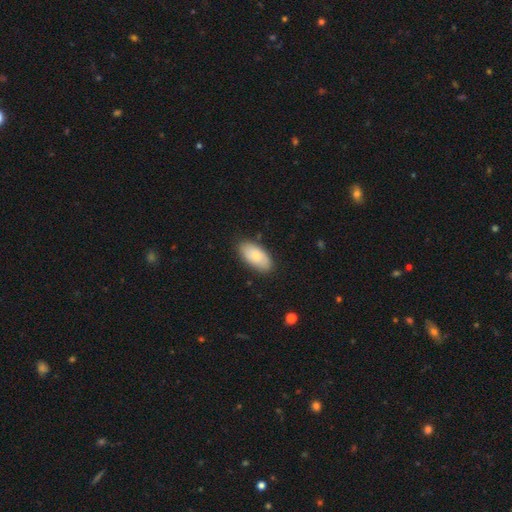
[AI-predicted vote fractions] The model was most divided on "smooth or featured": smooth: 80%, featured or disk: 15%, star or artifact: 6%. More confident: how rounded — in between (94%); merging — none (85%).